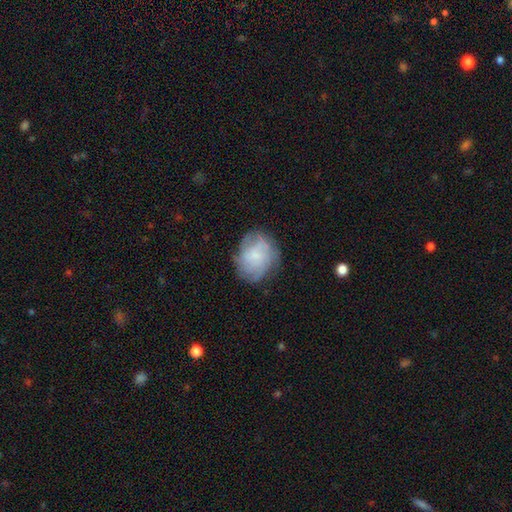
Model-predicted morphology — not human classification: smooth_or_featured: featured or disk (p=0.51) [alt: smooth p=0.40]
disk_edge_on: no (p=0.98) [alt: yes p=0.02]
merging: none (p=0.69) [alt: minor disturbance p=0.21]